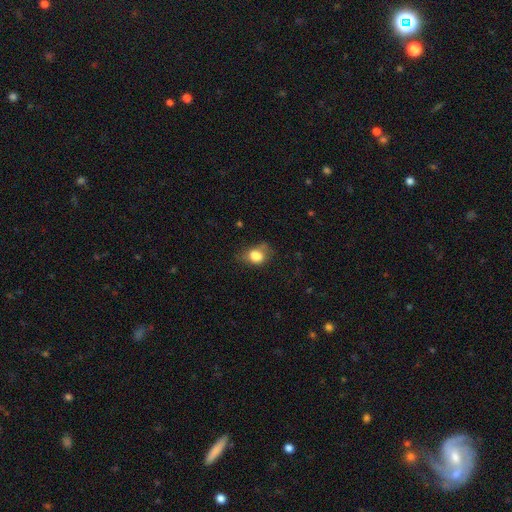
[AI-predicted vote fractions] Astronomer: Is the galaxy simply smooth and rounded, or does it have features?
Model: smooth — 78%.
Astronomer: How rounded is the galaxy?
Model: in between — 64%.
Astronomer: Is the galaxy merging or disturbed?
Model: none — 38% (runner-up: minor disturbance, 35%).